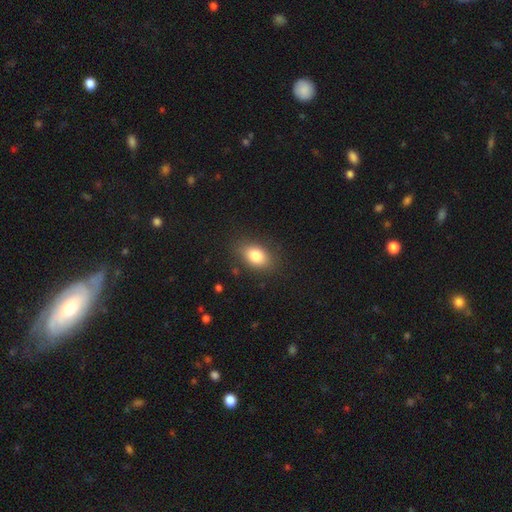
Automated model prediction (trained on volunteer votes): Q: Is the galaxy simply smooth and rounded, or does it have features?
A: smooth — 82%.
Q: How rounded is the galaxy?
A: in between — 83%.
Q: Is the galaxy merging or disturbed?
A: none — 84%.